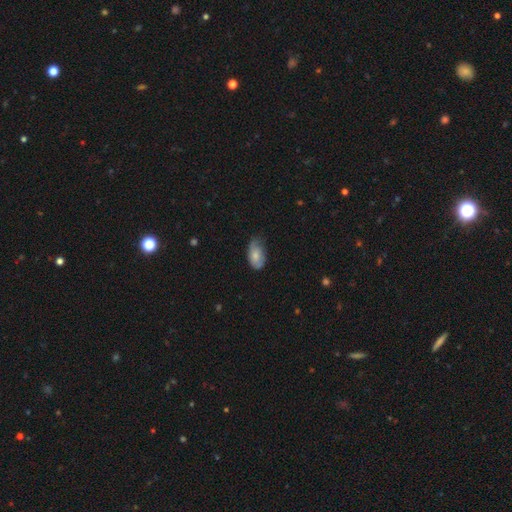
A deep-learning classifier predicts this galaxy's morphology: smooth 72%, featured or disk 21%, star or artifact 7%. Down the decision tree: how rounded — in between (92%); merging — none (50%).